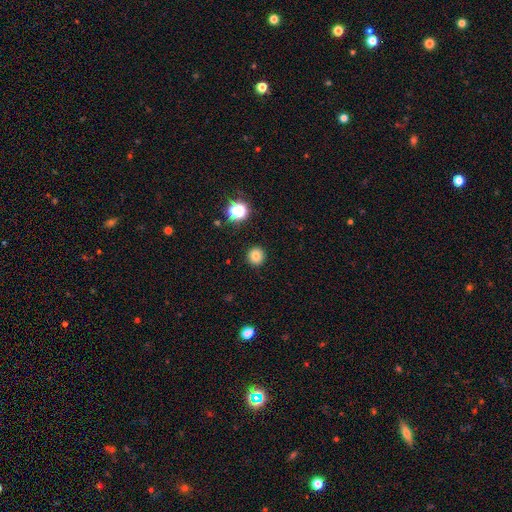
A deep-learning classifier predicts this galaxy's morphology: smooth 80%, star or artifact 14%, featured or disk 6%. Down the decision tree: how rounded — round (93%); merging — none (92%).